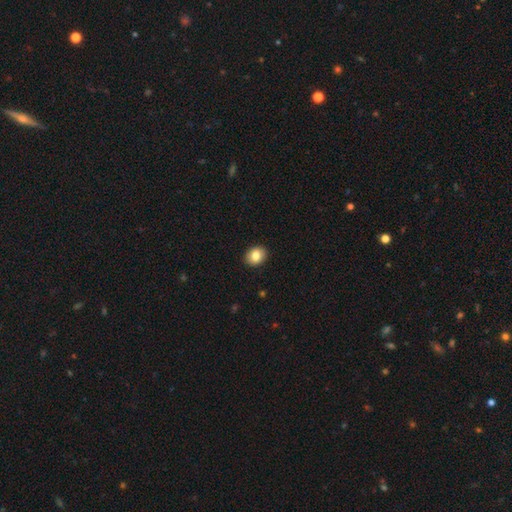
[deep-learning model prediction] This appears to be a smooth galaxy with no disk features (84%) that is round (52%). Merging: none (91%).